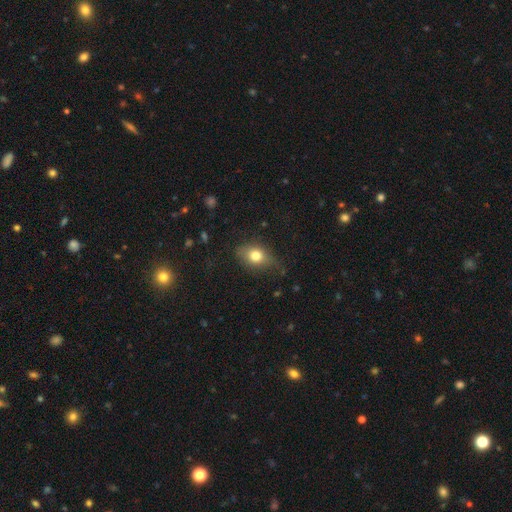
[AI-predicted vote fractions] Smooth or featured?
  - smooth: 75% *
  - featured or disk: 15%
  - star or artifact: 10%
How rounded?
  - in between: 69% *
  - round: 28%
  - cigar-shaped: 3%
Merging?
  - none: 68% *
  - minor disturbance: 24%
  - major disturbance: 7%
  - merger: 1%